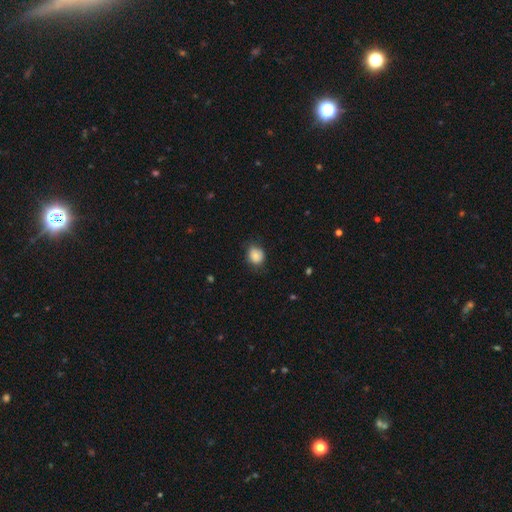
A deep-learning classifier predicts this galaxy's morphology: Smooth or featured? Predicted: smooth (p=0.84). How rounded? Predicted: round (p=0.62). Merging? Predicted: none (p=0.71).